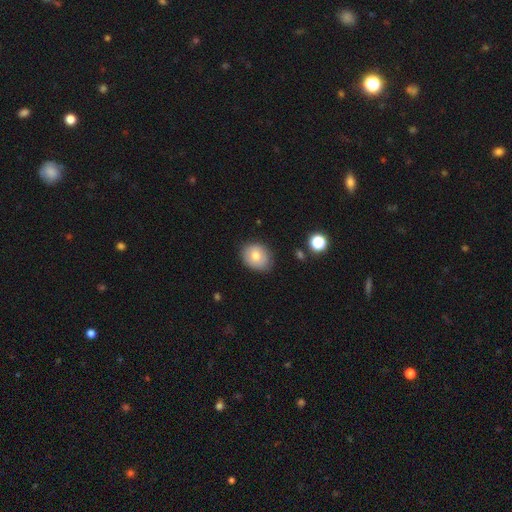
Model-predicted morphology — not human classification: Smooth or featured?
  - smooth: 72% *
  - featured or disk: 19%
  - star or artifact: 9%
How rounded?
  - round: 60% *
  - in between: 39%
  - cigar-shaped: 1%
Merging?
  - none: 80% *
  - minor disturbance: 16%
  - major disturbance: 3%
  - merger: 1%